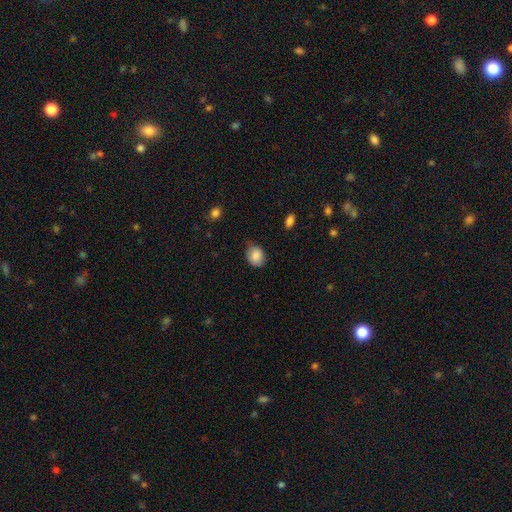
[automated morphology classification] smooth_or_featured: smooth (p=0.84) [alt: star or artifact p=0.08]
how_rounded: round (p=0.51) [alt: in between p=0.49]
merging: none (p=0.70) [alt: minor disturbance p=0.24]